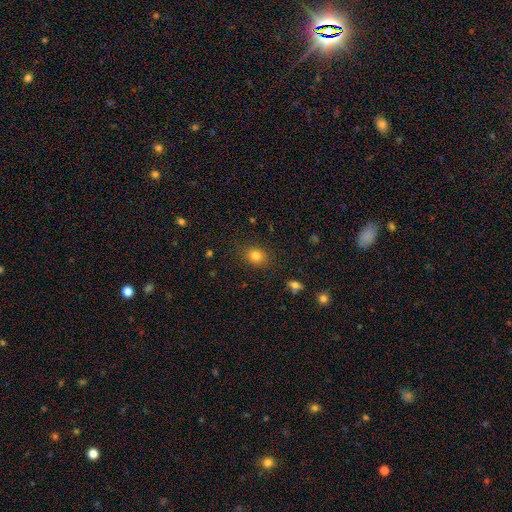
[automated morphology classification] A smooth galaxy with no disk features (81%) that is round (57%). Merging: none (84%).